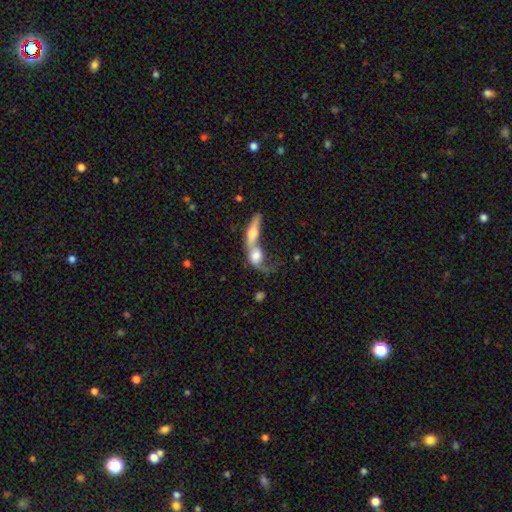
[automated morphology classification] type=smooth (50%); merging=merger (77%).